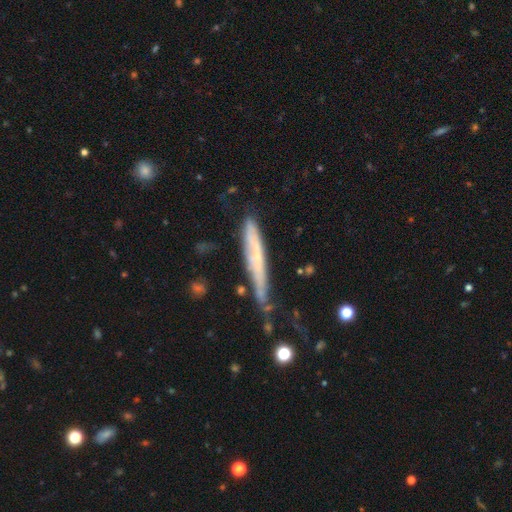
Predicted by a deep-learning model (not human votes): This appears to be a featured or disk galaxy (49%). Merging: none (58%).